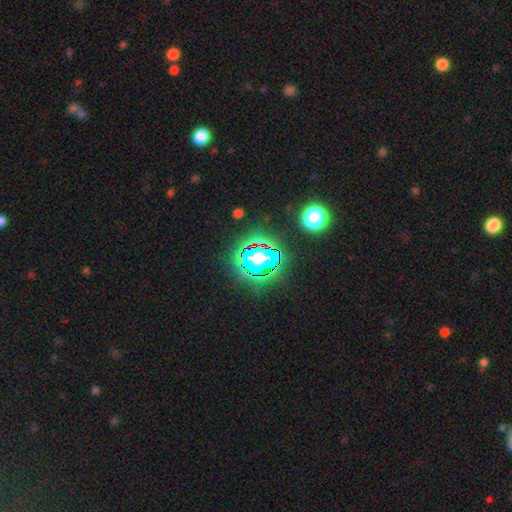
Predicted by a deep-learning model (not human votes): Smooth or featured? Predicted: star or artifact (p=0.58).